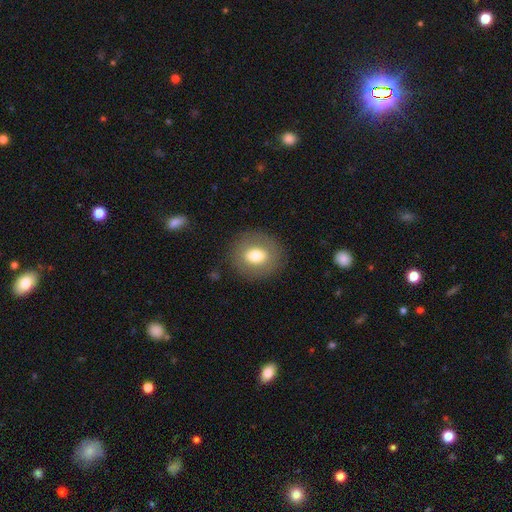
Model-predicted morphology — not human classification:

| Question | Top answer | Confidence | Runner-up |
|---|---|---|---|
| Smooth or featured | smooth | 69% | featured or disk (22%) |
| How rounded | round | 71% | in between (28%) |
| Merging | none | 86% | minor disturbance (9%) |